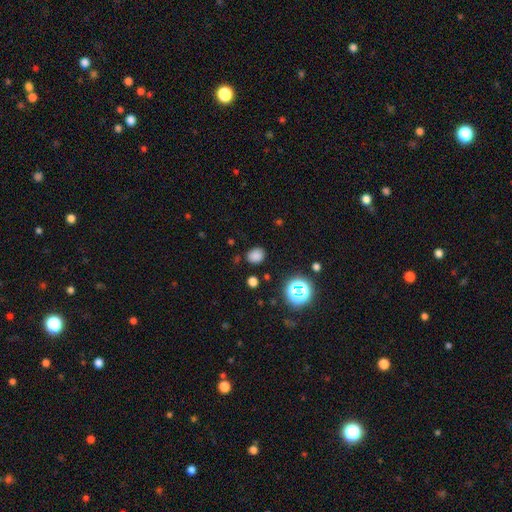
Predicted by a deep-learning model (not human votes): Smooth or featured? Predicted: smooth (p=0.77). How rounded? Predicted: round (p=0.61). Merging? Predicted: none (p=0.82).